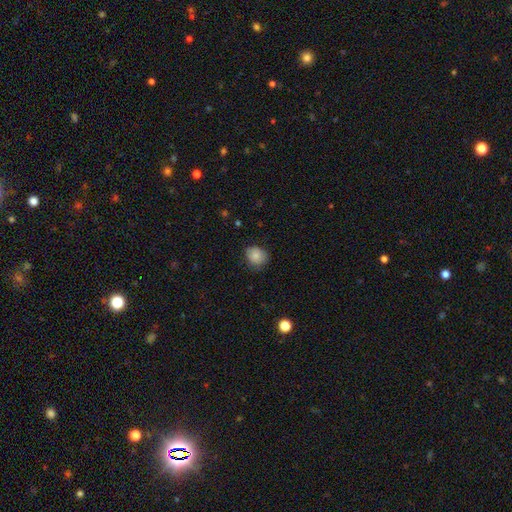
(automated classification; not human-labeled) smooth 84%, star or artifact 9%, featured or disk 7%. Down the decision tree: how rounded — round (72%); merging — none (76%).